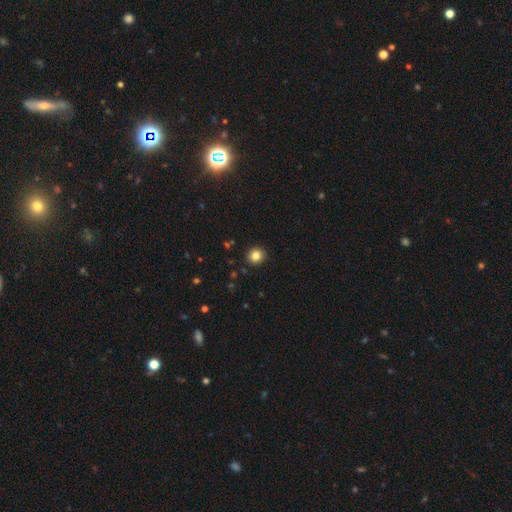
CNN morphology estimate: Smooth or featured: smooth — 83% (star or artifact — 11%)
How rounded: round — 89% (in between — 10%)
Merging: none — 92% (minor disturbance — 5%)